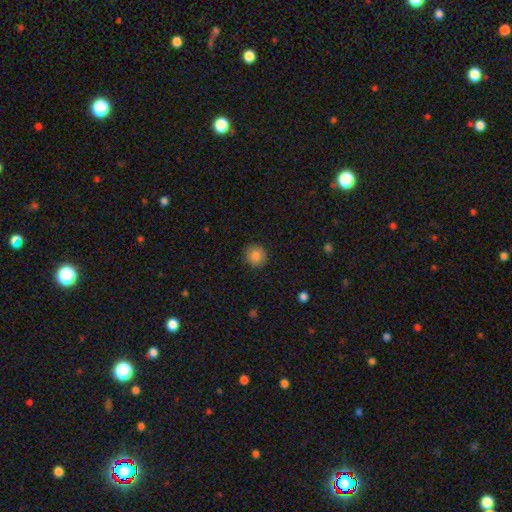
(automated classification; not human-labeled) The model was most divided on "smooth or featured": smooth: 84%, star or artifact: 9%, featured or disk: 7%. More confident: how rounded — round (91%); merging — none (90%).